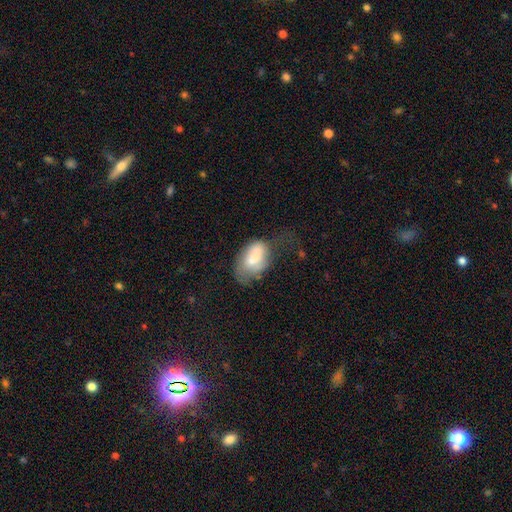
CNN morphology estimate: smooth_or_featured: smooth (p=0.66) [alt: featured or disk p=0.26]
how_rounded: in between (p=0.90) [alt: round p=0.08]
merging: major disturbance (p=0.33) [alt: minor disturbance p=0.31]